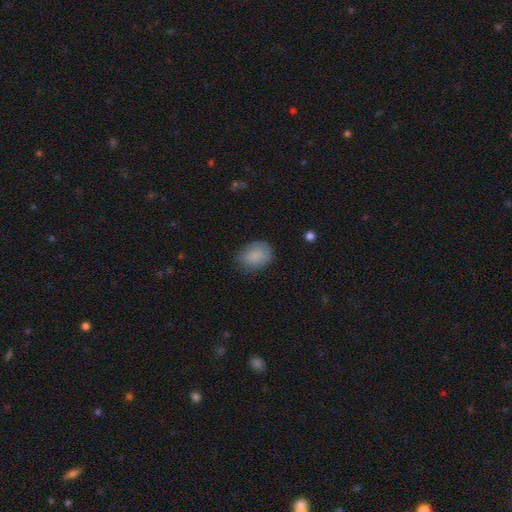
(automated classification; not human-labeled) A smooth galaxy with no disk features (85%) that is in between round and cigar-shaped (64%).

Vote fractions:
- Smooth or featured? smooth: 85% / star or artifact: 8% / featured or disk: 7%
- How rounded? in between: 64% / round: 35% / cigar-shaped: 1%
- Merging? none: 68% / minor disturbance: 25% / major disturbance: 6% / merger: 1%